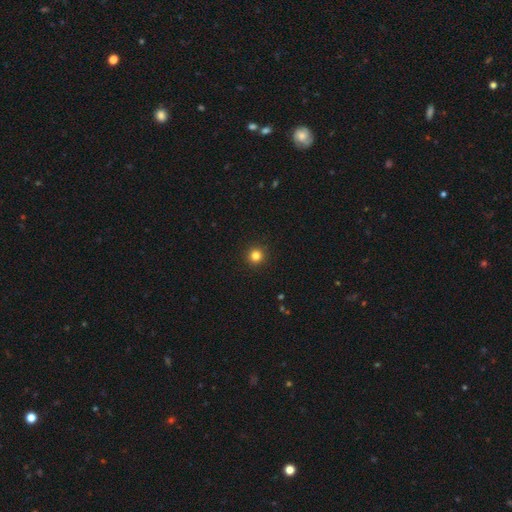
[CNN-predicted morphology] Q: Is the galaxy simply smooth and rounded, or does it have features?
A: smooth — 83%.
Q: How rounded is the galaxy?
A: round — 95%.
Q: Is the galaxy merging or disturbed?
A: none — 93%.